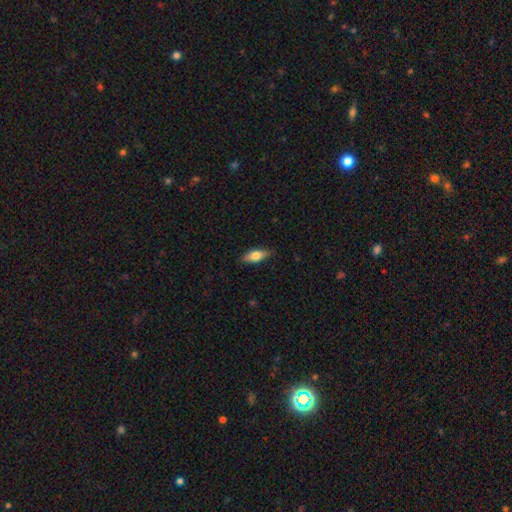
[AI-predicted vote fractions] Q: Smooth or featured?
A: smooth (72%); runner-up: featured or disk (22%)
Q: How rounded?
A: in between (73%); runner-up: cigar-shaped (24%)
Q: Merging?
A: none (85%); runner-up: minor disturbance (12%)